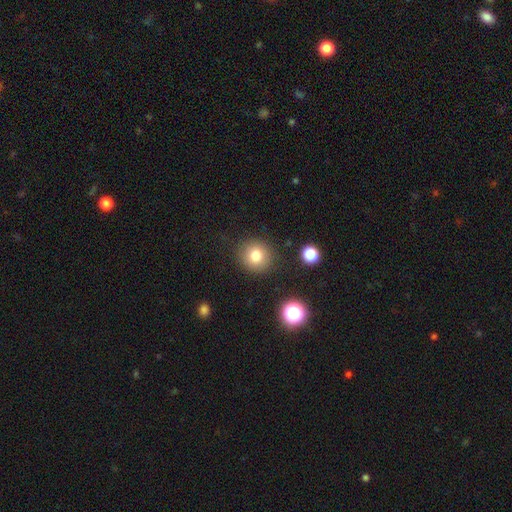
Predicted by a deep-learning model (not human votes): Overall: smooth (79%). How rounded: round (91%). Merging: none (87%).